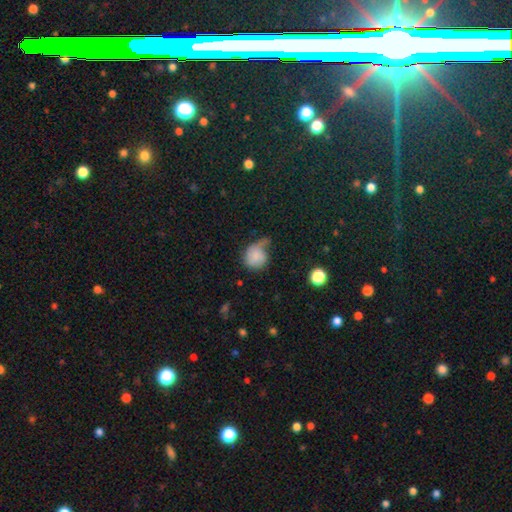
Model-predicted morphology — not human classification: smooth-or-featured: smooth: 72% | featured or disk: 19% | star or artifact: 9%
  how-rounded: round: 70% | in between: 29% | cigar-shaped: 1%
  merging: minor disturbance: 35% | major disturbance: 32% | none: 27% | merger: 5%